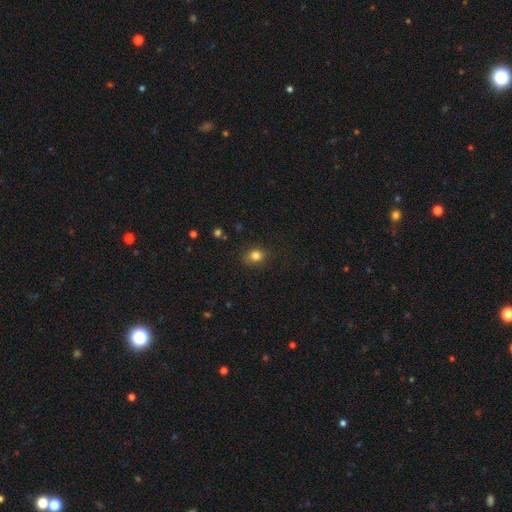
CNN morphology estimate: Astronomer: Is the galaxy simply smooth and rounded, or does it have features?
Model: smooth — 81%.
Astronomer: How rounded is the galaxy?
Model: round — 60% (runner-up: in between, 39%).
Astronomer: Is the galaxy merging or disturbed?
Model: none — 84%.